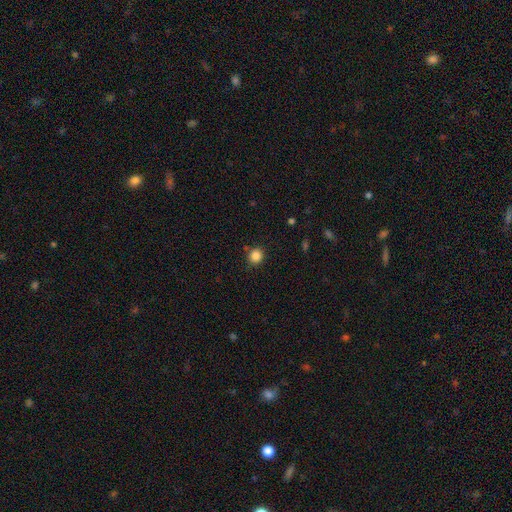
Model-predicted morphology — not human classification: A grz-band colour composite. It shows a smooth galaxy with no disk features (85%) that is round (85%). Merging: none (84%).